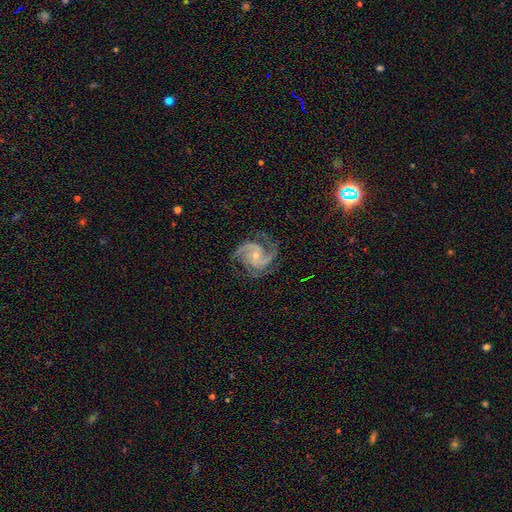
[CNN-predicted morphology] The model was most divided on "spiral winding": medium: 50%, tight: 43%, loose: 7%. More confident: spiral arms — yes (99%); edge-on disk — no (98%); smooth or featured — featured or disk (93%); merging — none (77%); bar — no (71%); bulge size — small (68%); spiral arm count — 3 (56%).